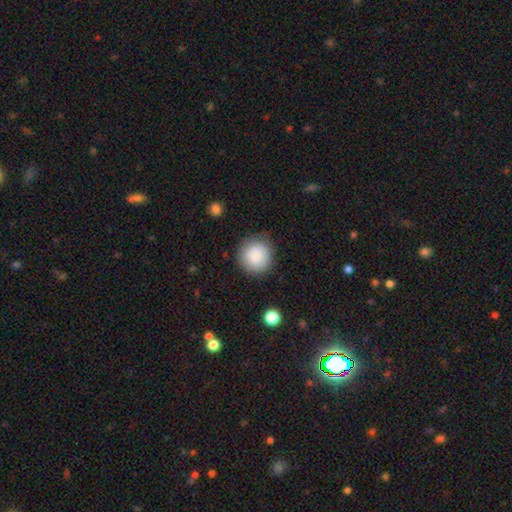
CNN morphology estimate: Overall: smooth (87%). How rounded: round (92%). Merging: none (85%).